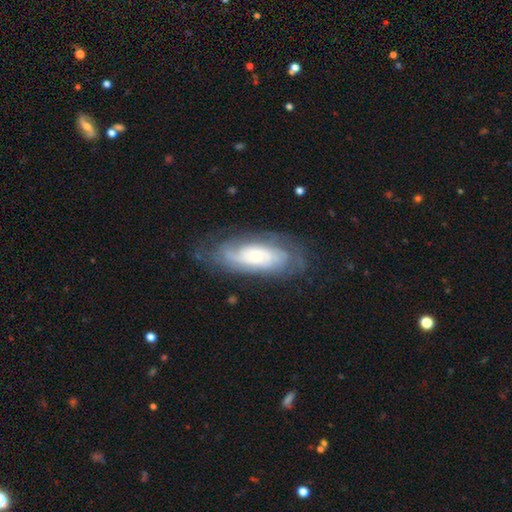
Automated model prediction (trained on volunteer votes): This is likely a featured or disk galaxy (73%). It is clearly not viewed edge-on (89%). Bar: likely no (69%). Spiral arm pattern: clearly yes (90%). Spiral arm count: possibly can't tell (47%). Spiral winding: possibly tight (60%). Central bulge: possibly small (52%). Merging: likely none (71%).